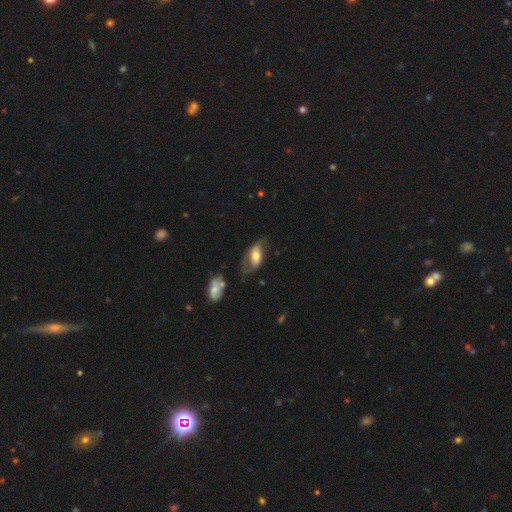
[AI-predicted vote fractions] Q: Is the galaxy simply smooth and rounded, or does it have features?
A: featured or disk — 49%.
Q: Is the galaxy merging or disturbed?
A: none — 48%.